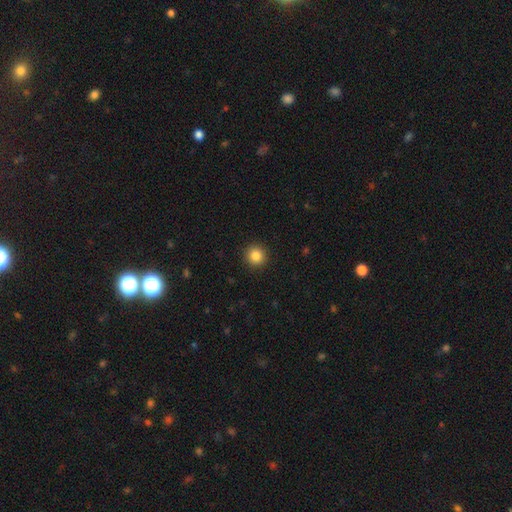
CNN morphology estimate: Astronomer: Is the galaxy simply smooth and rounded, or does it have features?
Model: smooth — 85%.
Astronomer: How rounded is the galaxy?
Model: round — 94%.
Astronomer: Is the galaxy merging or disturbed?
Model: none — 92%.